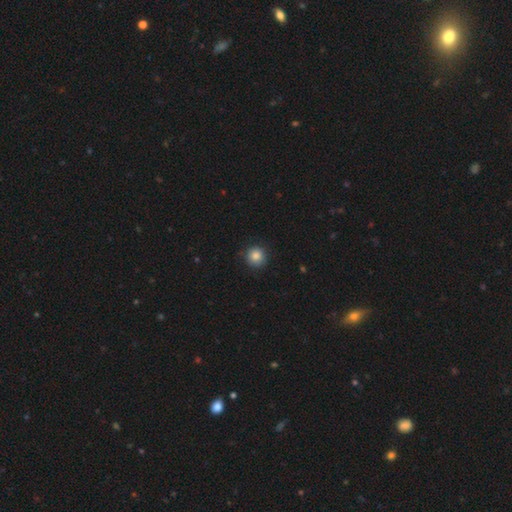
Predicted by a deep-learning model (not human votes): A smooth galaxy with no disk features (85%) that is round (95%). Merging: none (89%).